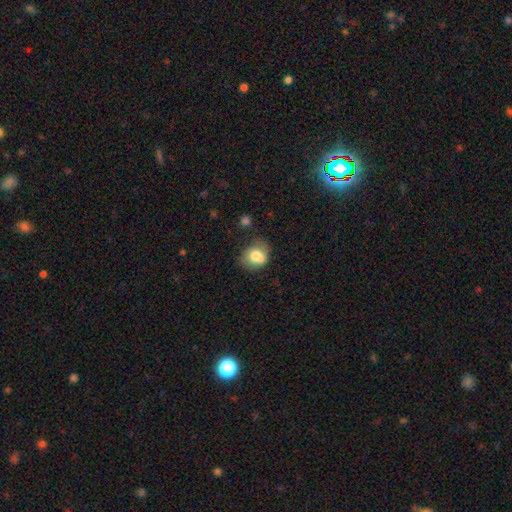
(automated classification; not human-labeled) A smooth galaxy with no disk features (75%) that is round (56%). Merging: none (45%).